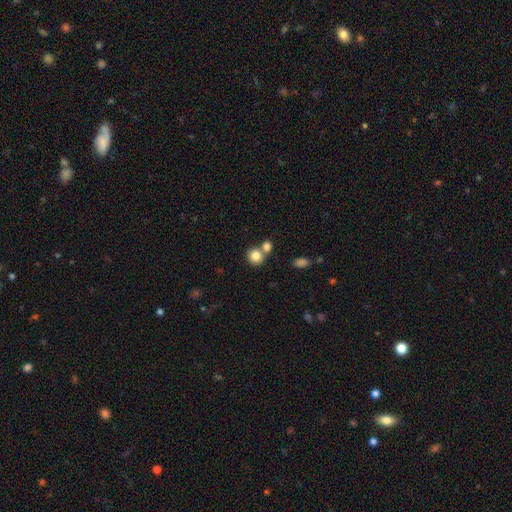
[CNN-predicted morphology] type=smooth (82%); roundness=round (85%); merging=none (52%).